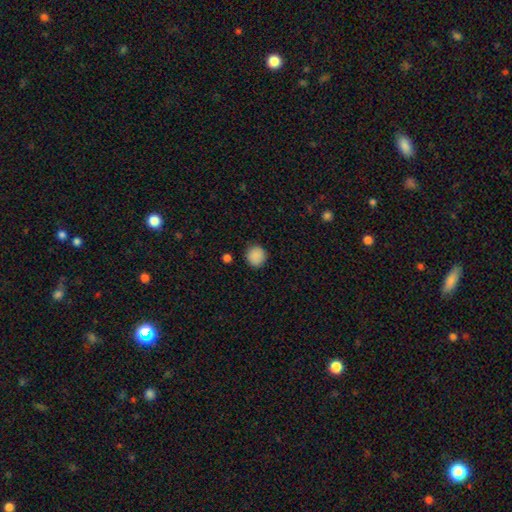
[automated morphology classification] Overall: smooth (88%). How rounded: round (92%). Merging: none (89%).